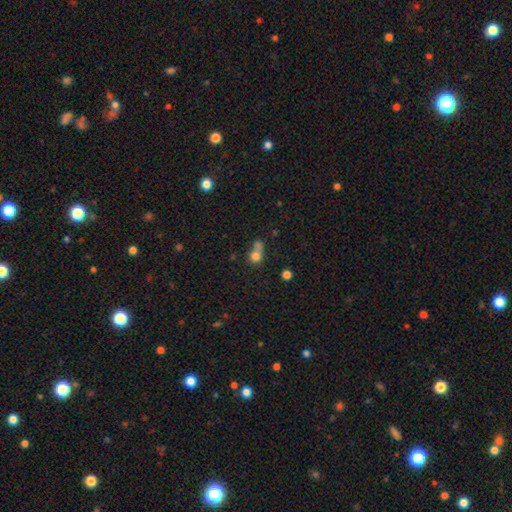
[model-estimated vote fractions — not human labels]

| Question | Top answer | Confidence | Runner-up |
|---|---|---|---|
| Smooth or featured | smooth | 76% | star or artifact (13%) |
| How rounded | round | 78% | in between (20%) |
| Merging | merger | 51% | none (32%) |